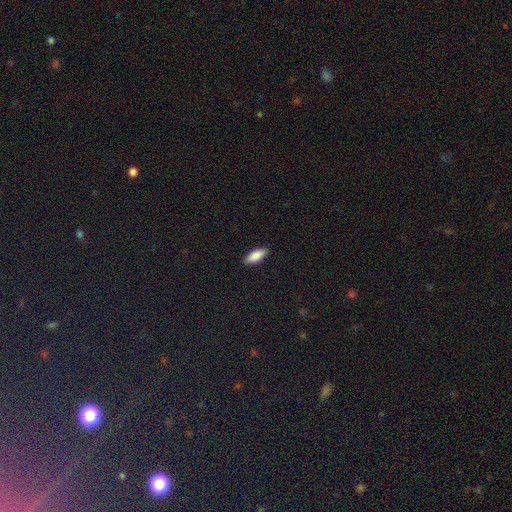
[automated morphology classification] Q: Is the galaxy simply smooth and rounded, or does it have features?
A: smooth — 87%.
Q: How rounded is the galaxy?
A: in between — 82%.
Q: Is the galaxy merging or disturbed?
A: none — 89%.